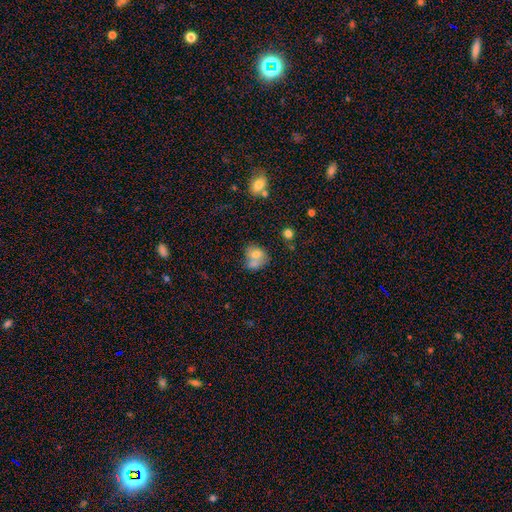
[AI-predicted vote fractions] Smooth or featured?
  - smooth: 70% *
  - featured or disk: 20%
  - star or artifact: 10%
How rounded?
  - round: 53% *
  - in between: 46%
  - cigar-shaped: 1%
Merging?
  - merger: 48% *
  - none: 32%
  - minor disturbance: 14%
  - major disturbance: 7%